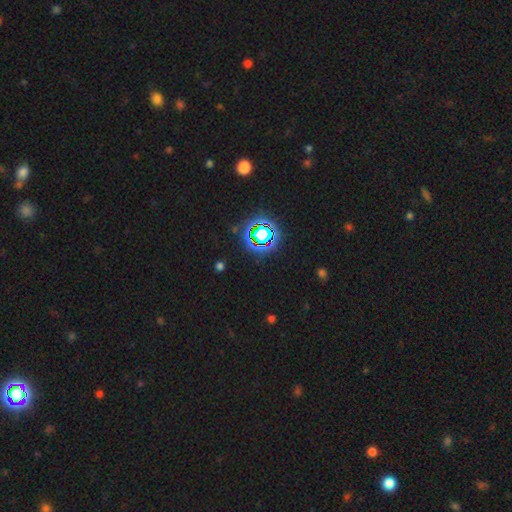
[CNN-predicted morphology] This appears to be a star or artifact, not a galaxy (73%).